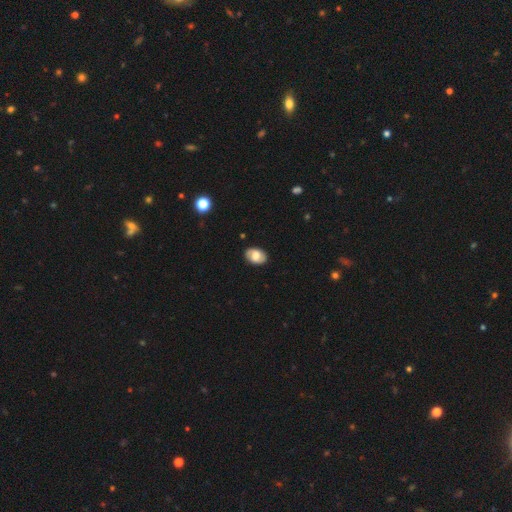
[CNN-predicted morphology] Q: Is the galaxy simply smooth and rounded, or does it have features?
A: smooth — 58%.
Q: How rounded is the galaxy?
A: in between — 81%.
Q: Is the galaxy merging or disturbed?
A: none — 86%.